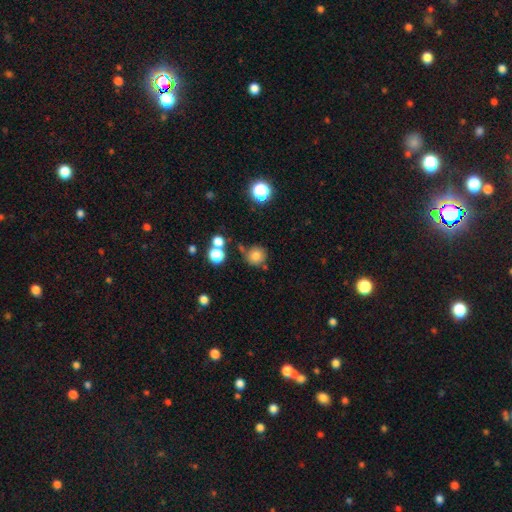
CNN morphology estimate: This appears to be a smooth galaxy with no disk features (77%) that is round (90%). Merging: none (70%).